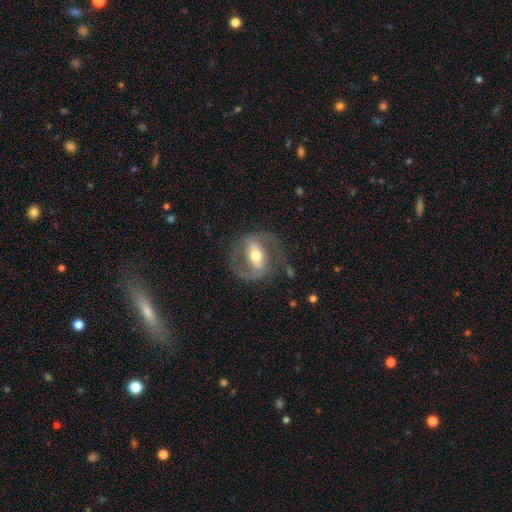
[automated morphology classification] featured or disk 83%, smooth 12%, star or artifact 5%. Down the decision tree: edge-on disk — no (94%); bar — strong (60%); spiral arms — yes (85%); spiral arm count — 2 (86%); spiral winding — medium (54%); bulge size — moderate (69%); merging — none (72%).